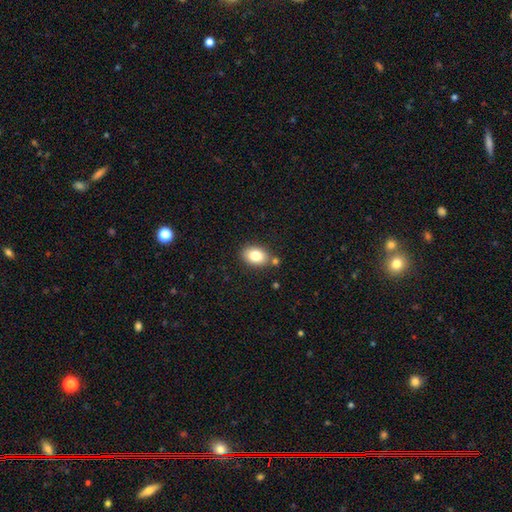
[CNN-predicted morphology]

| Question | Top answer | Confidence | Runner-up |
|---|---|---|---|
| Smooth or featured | smooth | 82% | featured or disk (10%) |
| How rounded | in between | 80% | round (19%) |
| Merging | none | 78% | minor disturbance (12%) |